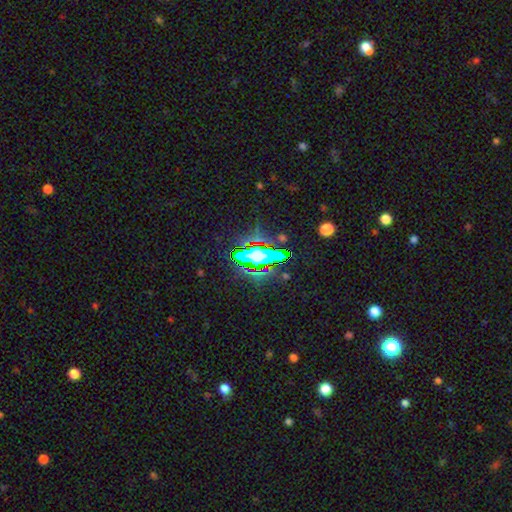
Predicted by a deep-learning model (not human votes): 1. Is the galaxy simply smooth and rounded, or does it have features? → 57% star or artifact, 27% smooth, 16% featured or disk.